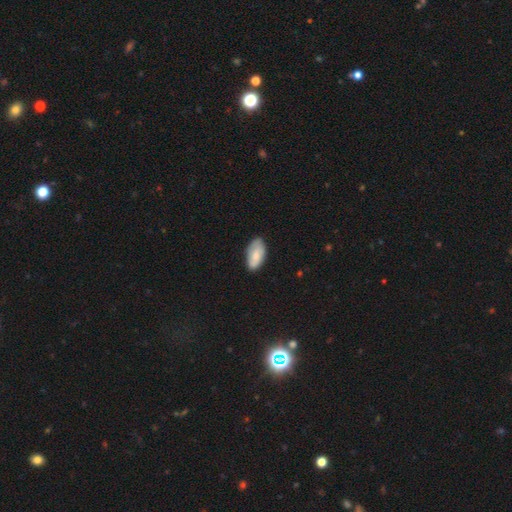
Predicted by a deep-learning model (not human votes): Smooth or featured? Predicted: smooth (p=0.79). How rounded? Predicted: in between (p=0.94). Merging? Predicted: none (p=0.73).